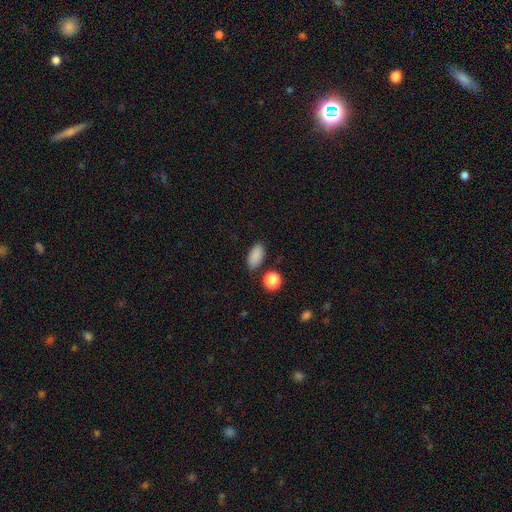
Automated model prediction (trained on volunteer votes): Smooth or featured: smooth — 87% (star or artifact — 9%)
How rounded: in between — 90% (round — 6%)
Merging: none — 81% (minor disturbance — 12%)